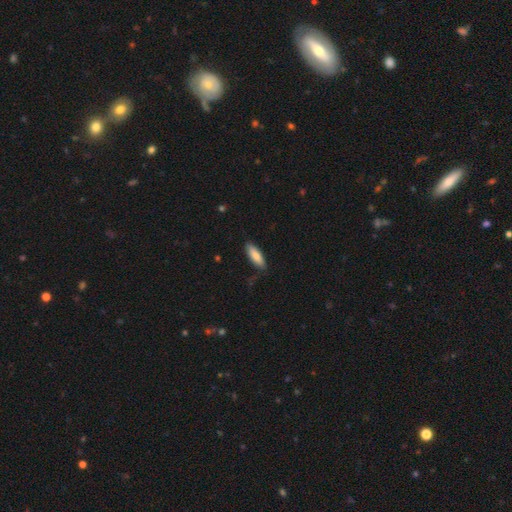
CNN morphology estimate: This is clearly a smooth galaxy (83%). How rounded: possibly in between (56%). Merging: clearly none (83%).